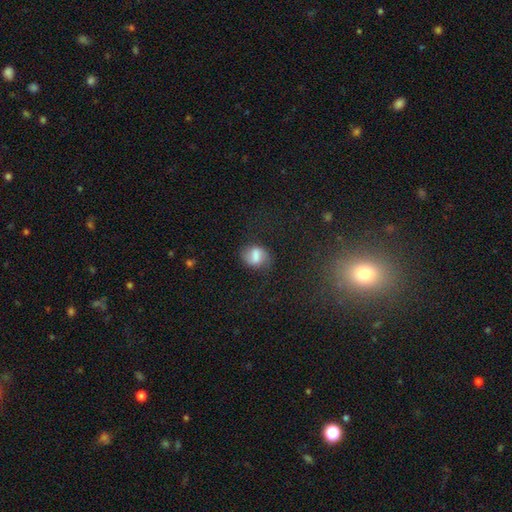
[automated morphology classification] Smooth or featured? smooth (59%)
How rounded? in between (50%)
Merging? none (65%)